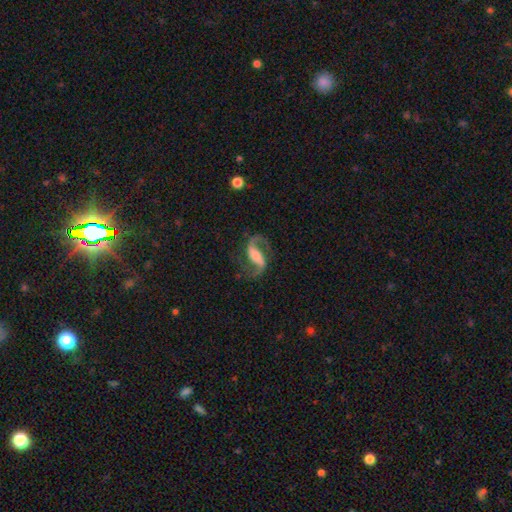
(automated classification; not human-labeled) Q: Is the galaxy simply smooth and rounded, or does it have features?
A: featured or disk — 90%.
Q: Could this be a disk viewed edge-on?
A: no — 97%.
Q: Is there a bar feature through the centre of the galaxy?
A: strong — 49%.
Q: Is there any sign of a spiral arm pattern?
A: yes — 97%.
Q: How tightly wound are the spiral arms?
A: loose — 48%.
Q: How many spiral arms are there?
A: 2 — 94%.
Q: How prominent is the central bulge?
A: moderate — 40%.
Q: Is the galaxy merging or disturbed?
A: none — 77%.